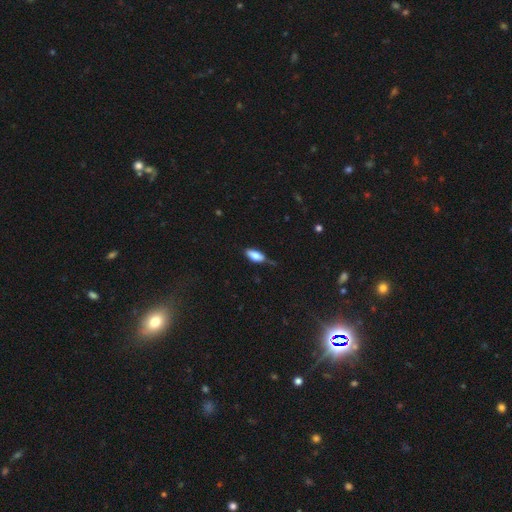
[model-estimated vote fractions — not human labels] Morphology: type=smooth (71%); roundness=in between (80%); merging=none (65%).